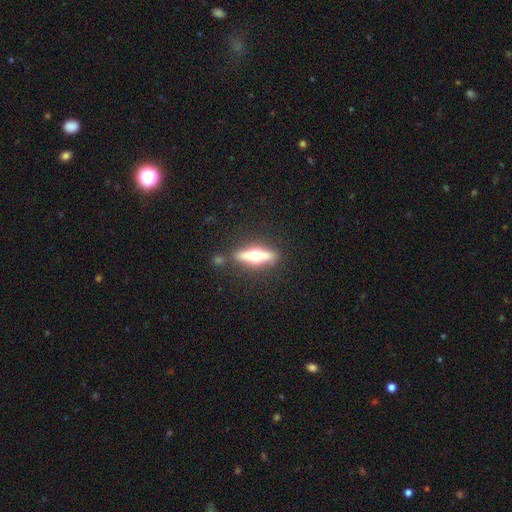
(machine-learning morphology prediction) Smooth or featured: featured or disk — 62% (smooth — 32%)
Edge-on disk: yes — 94% (no — 6%)
Edge-on bulge: rounded — 94% (boxy — 4%)
Merging: none — 82% (minor disturbance — 10%)